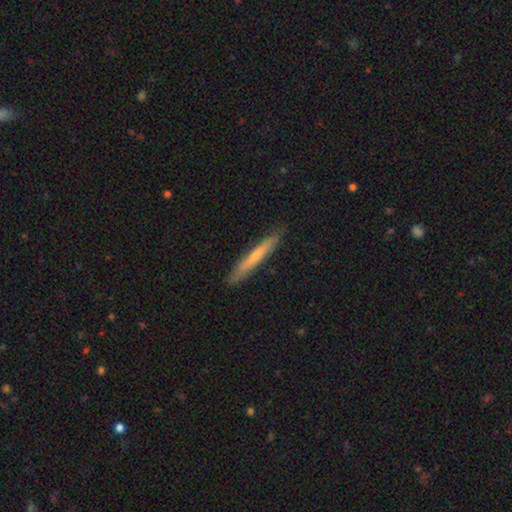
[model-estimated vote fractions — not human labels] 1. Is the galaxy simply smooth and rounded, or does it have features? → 52% smooth, 42% featured or disk, 5% star or artifact.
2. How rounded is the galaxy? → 96% cigar-shaped, 3% in between, 1% round.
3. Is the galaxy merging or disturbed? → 88% none, 9% minor disturbance, 2% major disturbance, 1% merger.